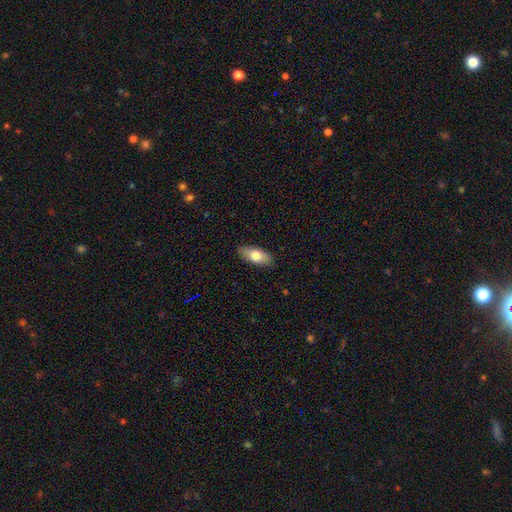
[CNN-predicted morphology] smooth-or-featured: smooth: 73% | featured or disk: 21% | star or artifact: 6%
  how-rounded: in between: 85% | cigar-shaped: 12% | round: 3%
  merging: none: 87% | minor disturbance: 10% | major disturbance: 2% | merger: 1%